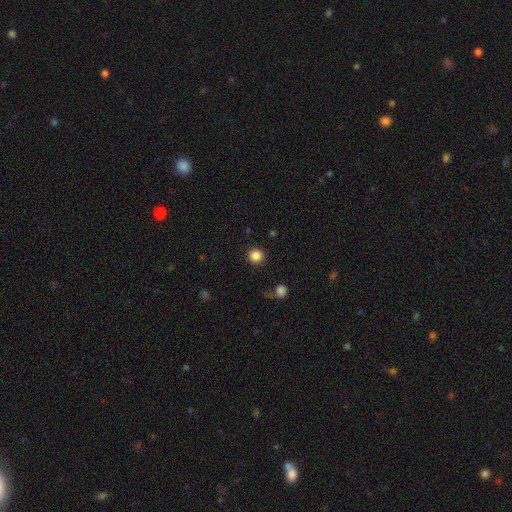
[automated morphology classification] Overall: smooth (86%). How rounded: round (95%). Merging: none (90%).